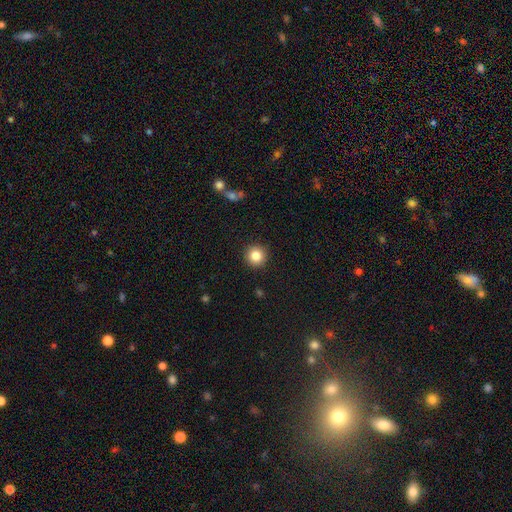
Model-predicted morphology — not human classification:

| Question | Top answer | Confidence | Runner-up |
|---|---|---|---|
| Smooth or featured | smooth | 85% | star or artifact (10%) |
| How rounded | round | 95% | in between (4%) |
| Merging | none | 92% | minor disturbance (5%) |